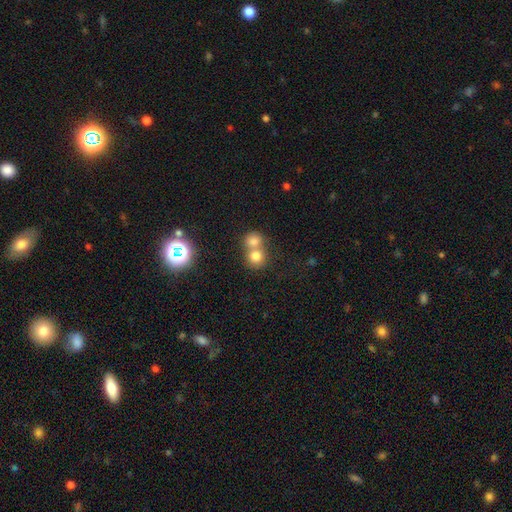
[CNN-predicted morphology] Q: Smooth or featured?
A: smooth (77%); runner-up: star or artifact (13%)
Q: How rounded?
A: round (83%); runner-up: in between (16%)
Q: Merging?
A: merger (57%); runner-up: none (35%)